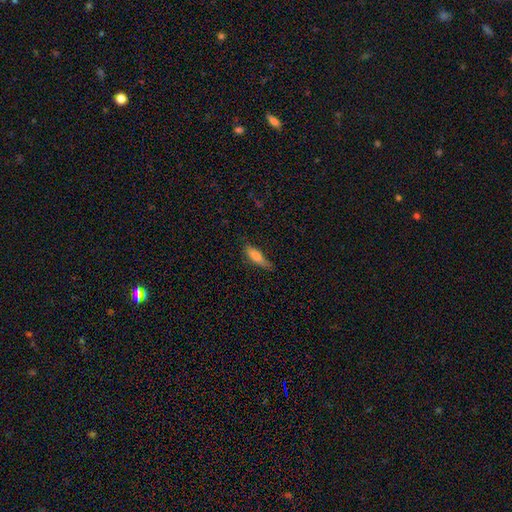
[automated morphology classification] Smooth or featured? smooth (70%)
How rounded? cigar-shaped (63%)
Merging? none (68%)